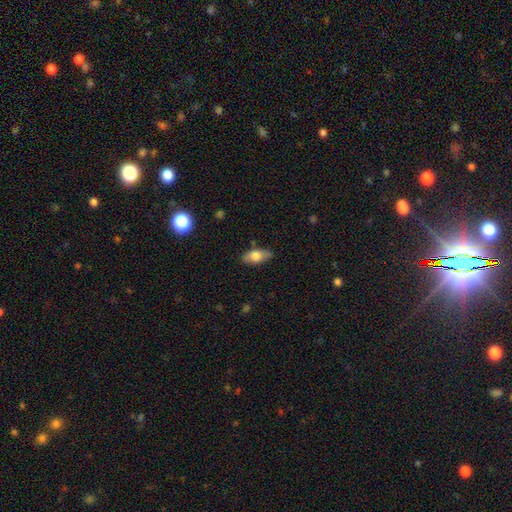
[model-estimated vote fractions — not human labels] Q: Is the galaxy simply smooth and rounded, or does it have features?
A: smooth — 72%.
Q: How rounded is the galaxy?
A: in between — 87%.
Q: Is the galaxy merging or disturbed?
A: none — 84%.